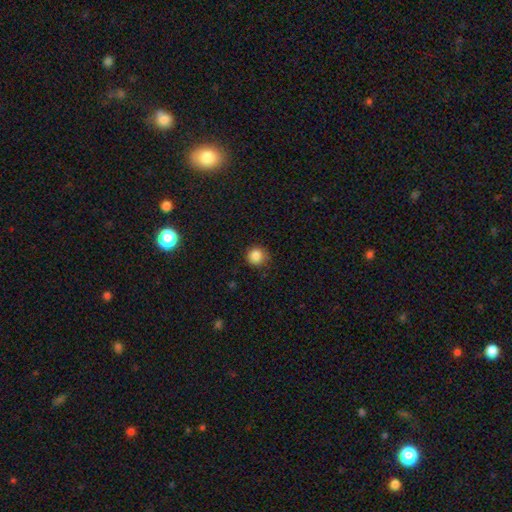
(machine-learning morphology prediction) smooth_or_featured: smooth (p=0.85) [alt: star or artifact p=0.11]
how_rounded: round (p=0.93) [alt: in between p=0.06]
merging: none (p=0.83) [alt: minor disturbance p=0.13]